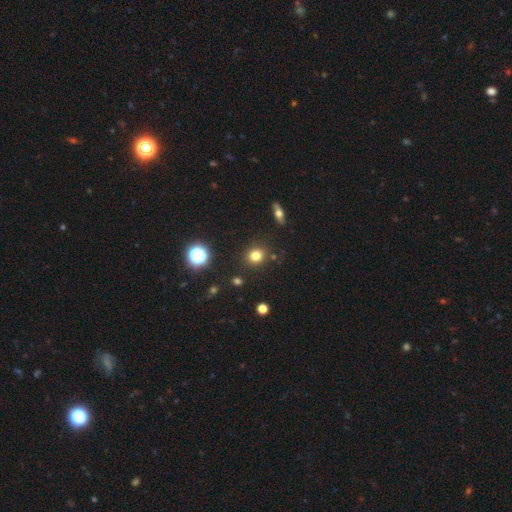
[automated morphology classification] Q: Smooth or featured?
A: smooth (77%); runner-up: star or artifact (16%)
Q: How rounded?
A: round (79%); runner-up: in between (20%)
Q: Merging?
A: none (87%); runner-up: minor disturbance (8%)